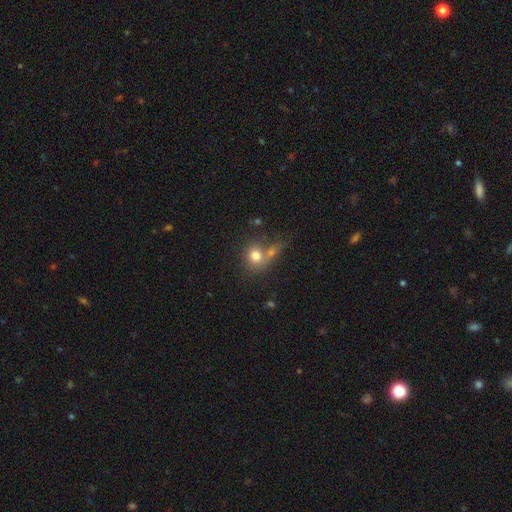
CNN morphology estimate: Smooth or featured: smooth — 76% (featured or disk — 13%)
How rounded: round — 78% (in between — 20%)
Merging: none — 41% (merger — 40%)